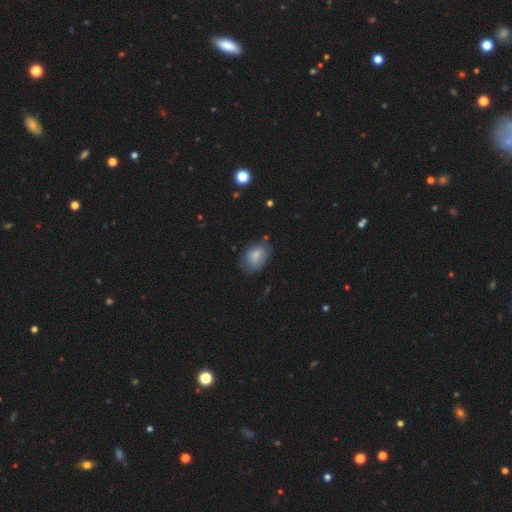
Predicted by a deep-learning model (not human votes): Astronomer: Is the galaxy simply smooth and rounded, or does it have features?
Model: smooth — 79%.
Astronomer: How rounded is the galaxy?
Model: in between — 86%.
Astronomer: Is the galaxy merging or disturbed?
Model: none — 64%.